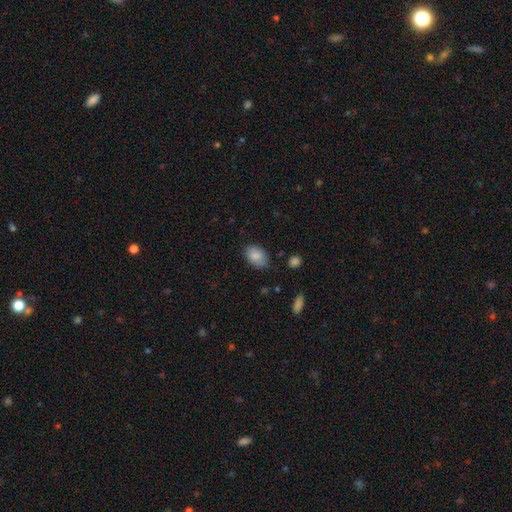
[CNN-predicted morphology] type=smooth (85%); roundness=in between (83%); merging=none (74%).